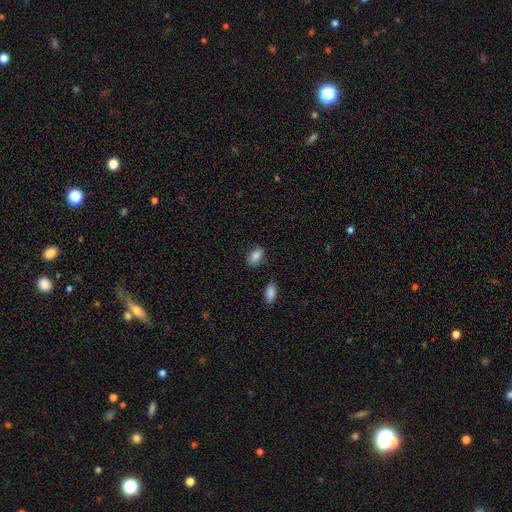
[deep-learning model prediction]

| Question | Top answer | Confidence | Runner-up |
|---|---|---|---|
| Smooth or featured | smooth | 86% | star or artifact (8%) |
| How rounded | in between | 91% | round (7%) |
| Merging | none | 82% | minor disturbance (12%) |